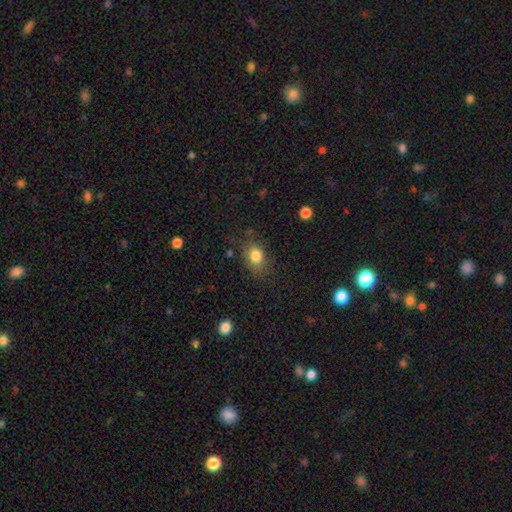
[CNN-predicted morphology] smooth 82%, star or artifact 10%, featured or disk 8%. Down the decision tree: how rounded — in between (65%); merging — none (71%).